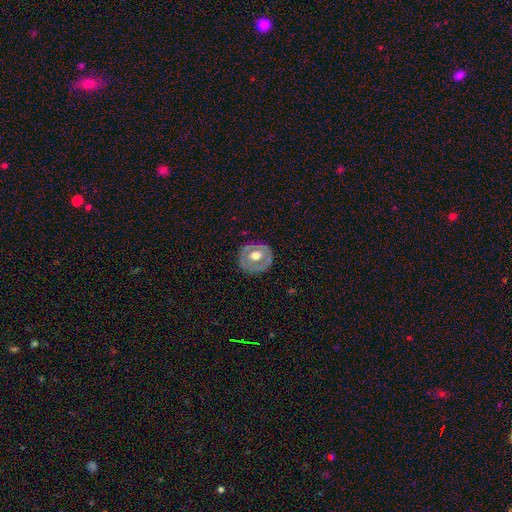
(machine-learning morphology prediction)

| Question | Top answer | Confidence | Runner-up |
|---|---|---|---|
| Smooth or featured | featured or disk | 56% | smooth (39%) |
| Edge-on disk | no | 95% | yes (5%) |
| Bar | no | 77% | weak (18%) |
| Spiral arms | no | 82% | yes (18%) |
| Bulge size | moderate | 65% | large (28%) |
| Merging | none | 81% | minor disturbance (14%) |